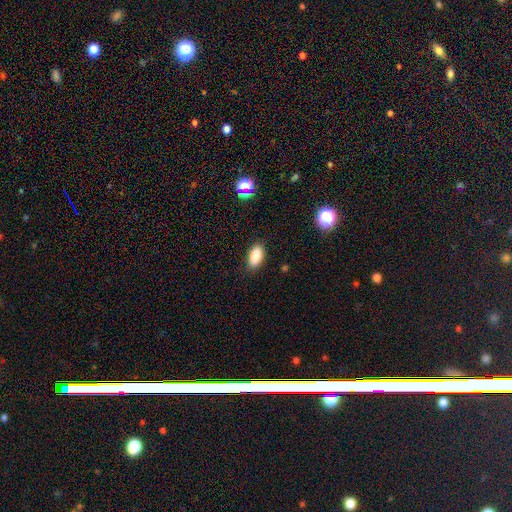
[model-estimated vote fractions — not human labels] Morphology: type=smooth (87%); roundness=in between (90%); merging=none (87%).